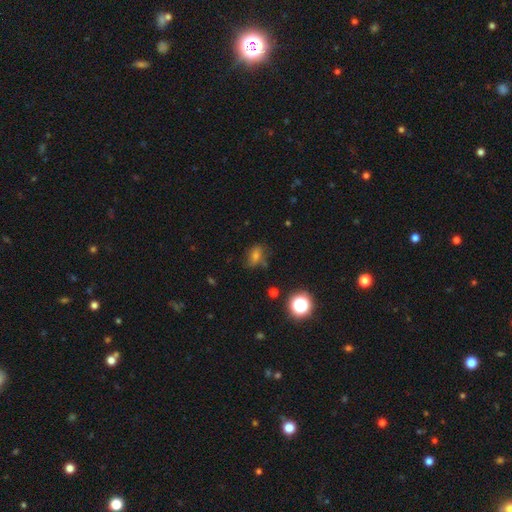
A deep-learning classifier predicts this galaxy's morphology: type=smooth (59%); roundness=in between (69%); merging=none (64%).